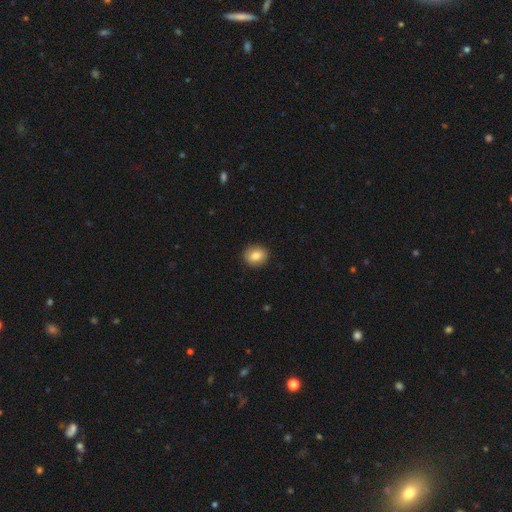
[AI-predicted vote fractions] smooth-or-featured: smooth: 81% | featured or disk: 10% | star or artifact: 9%
  how-rounded: round: 70% | in between: 29% | cigar-shaped: 1%
  merging: none: 91% | minor disturbance: 7% | major disturbance: 2% | merger: 1%